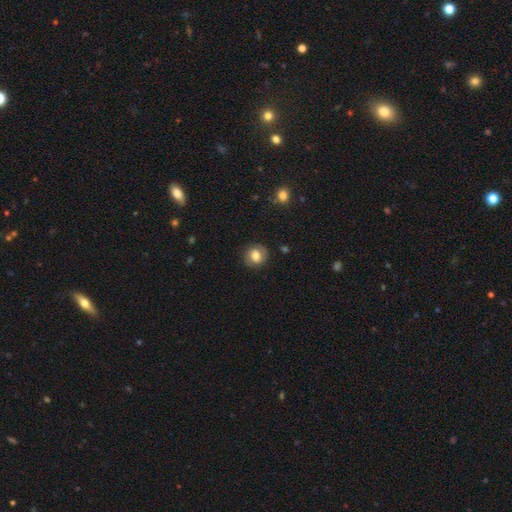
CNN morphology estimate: The model was most divided on "smooth or featured": smooth: 62%, featured or disk: 28%, star or artifact: 9%. More confident: merging — none (85%); how rounded — round (84%).